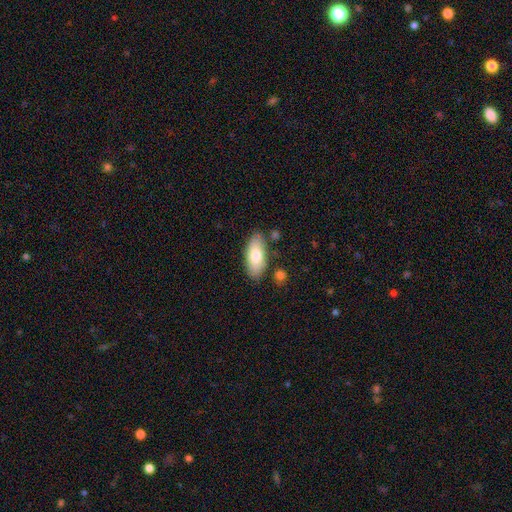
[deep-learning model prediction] A smooth galaxy with no disk features (78%) that is in between round and cigar-shaped (86%).

Vote fractions:
- Smooth or featured? smooth: 78% / featured or disk: 16% / star or artifact: 6%
- How rounded? in between: 86% / cigar-shaped: 11% / round: 2%
- Merging? none: 81% / minor disturbance: 12% / merger: 4% / major disturbance: 3%